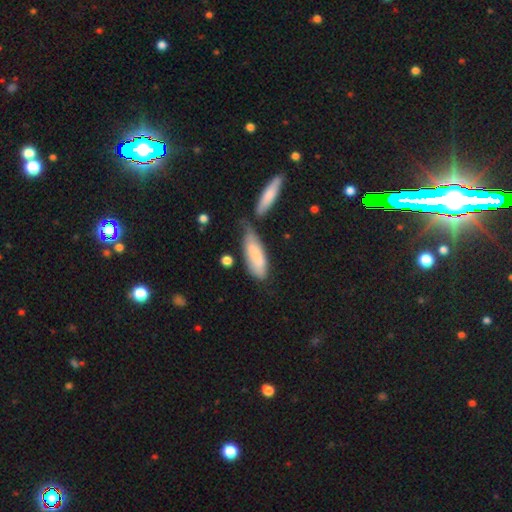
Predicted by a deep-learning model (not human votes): Smooth or featured: smooth — 74% (featured or disk — 20%)
How rounded: in between — 57% (cigar-shaped — 41%)
Merging: none — 42% (minor disturbance — 26%)